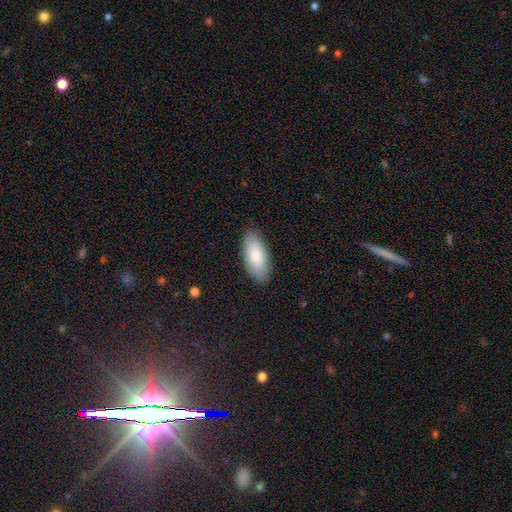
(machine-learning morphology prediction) This appears to be a smooth galaxy with no disk features (85%) that is in between round and cigar-shaped (90%). Merging: none (87%).